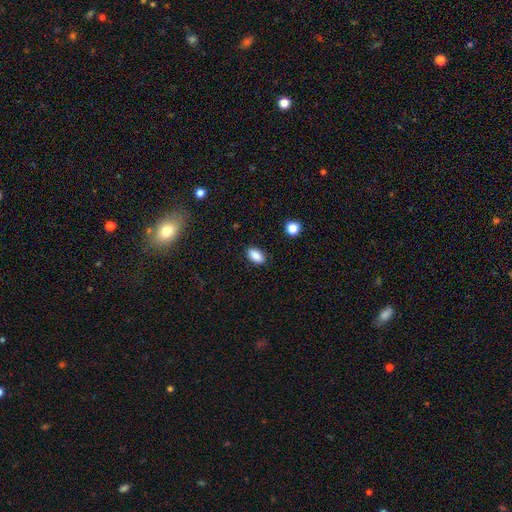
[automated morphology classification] This appears to be a smooth galaxy with no disk features (87%) that is in between round and cigar-shaped (91%). Merging: none (88%).